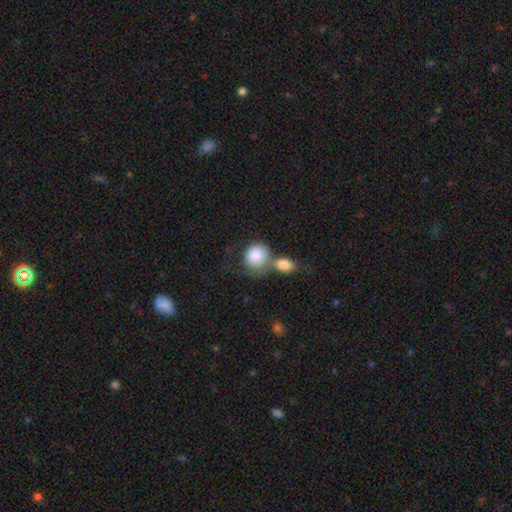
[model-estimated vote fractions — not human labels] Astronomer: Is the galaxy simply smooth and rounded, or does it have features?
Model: smooth — 82%.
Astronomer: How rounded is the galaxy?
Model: round — 78%.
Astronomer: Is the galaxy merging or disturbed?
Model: merger — 51% (runner-up: none, 27%).